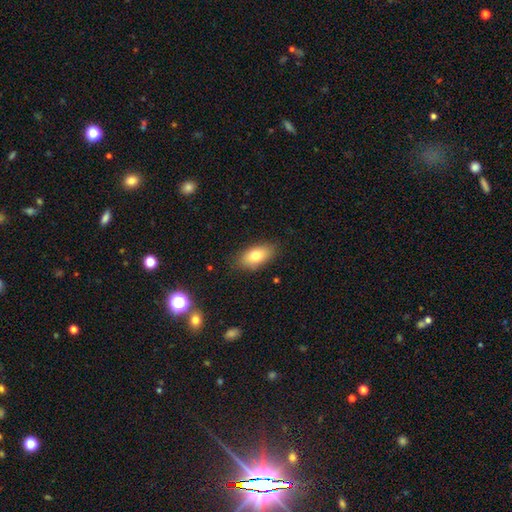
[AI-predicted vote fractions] A smooth galaxy with no disk features (78%) that is in between round and cigar-shaped (90%).

Vote fractions:
- Smooth or featured? smooth: 78% / featured or disk: 14% / star or artifact: 8%
- How rounded? in between: 90% / round: 6% / cigar-shaped: 4%
- Merging? none: 82% / minor disturbance: 14% / major disturbance: 3% / merger: 1%